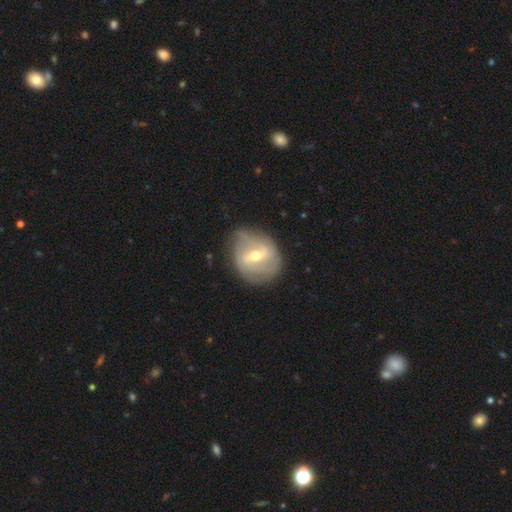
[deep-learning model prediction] Overall: featured or disk (75%). Edge-on disk: no (95%). Bar: weak (46%; strong 42%). Spiral arms: yes (75%). Spiral arm count: 2 (57%; can't tell 27%). Spiral winding: tight (39%; medium 36%). Bulge size: moderate (63%; small 32%). Merging: none (69%).